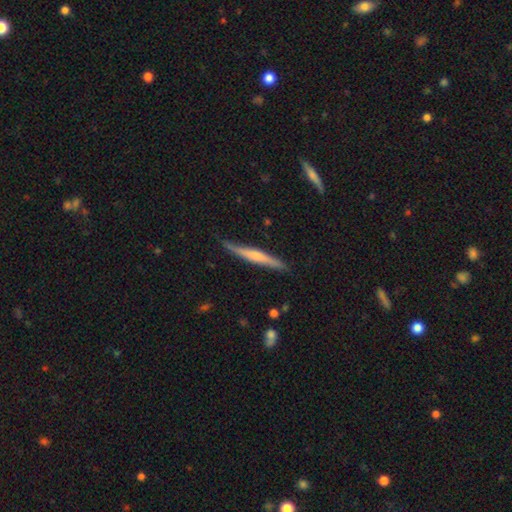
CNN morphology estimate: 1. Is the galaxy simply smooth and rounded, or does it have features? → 56% featured or disk, 39% smooth, 5% star or artifact.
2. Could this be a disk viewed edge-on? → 95% yes, 5% no.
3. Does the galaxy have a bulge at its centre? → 49% rounded, 39% none, 12% boxy.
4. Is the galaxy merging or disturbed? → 82% none, 14% minor disturbance, 2% major disturbance, 2% merger.